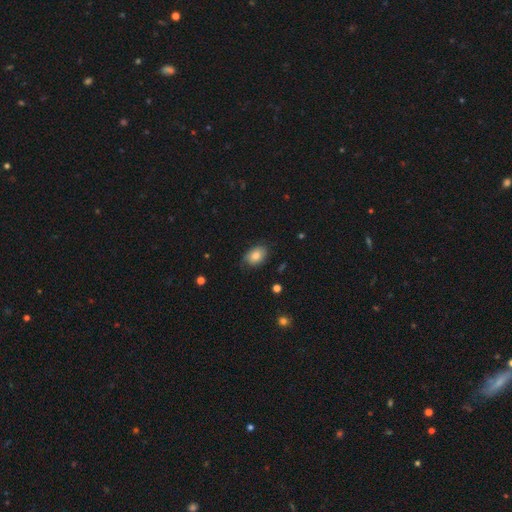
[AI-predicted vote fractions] This appears to be a smooth galaxy with no disk features (81%) that is in between round and cigar-shaped (80%). Merging: none (75%).